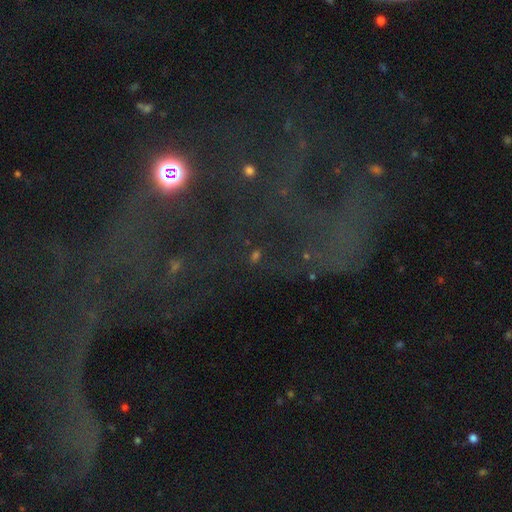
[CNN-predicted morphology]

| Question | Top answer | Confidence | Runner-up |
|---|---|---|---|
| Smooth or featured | star or artifact | 62% | smooth (23%) |